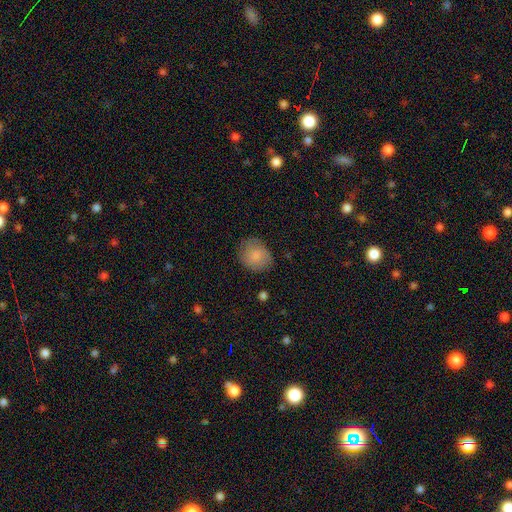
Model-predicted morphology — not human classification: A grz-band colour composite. It shows a smooth galaxy with no disk features (82%) that is round (62%). Merging: none (75%).